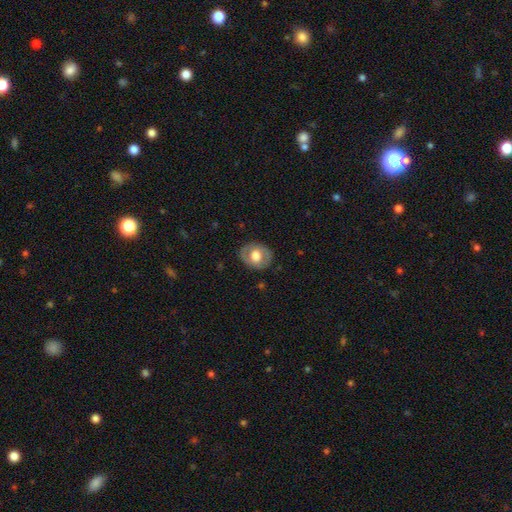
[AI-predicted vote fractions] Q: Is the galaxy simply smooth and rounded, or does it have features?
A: smooth — 54%.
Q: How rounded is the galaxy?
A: round — 56%.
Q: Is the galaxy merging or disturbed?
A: none — 82%.